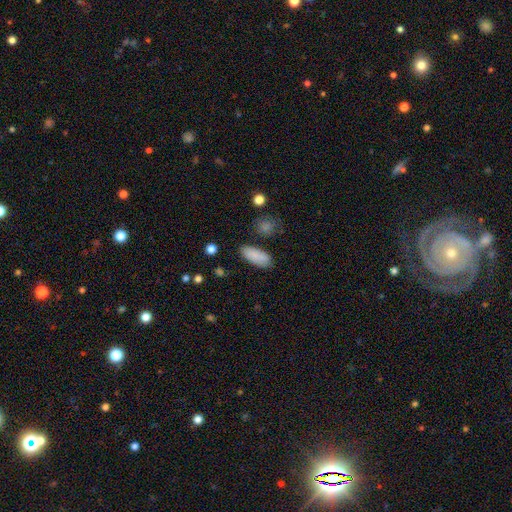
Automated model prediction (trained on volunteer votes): The model was most divided on "how rounded": in between: 83%, cigar-shaped: 14%, round: 2%. More confident: smooth or featured — smooth (87%); merging — none (82%).